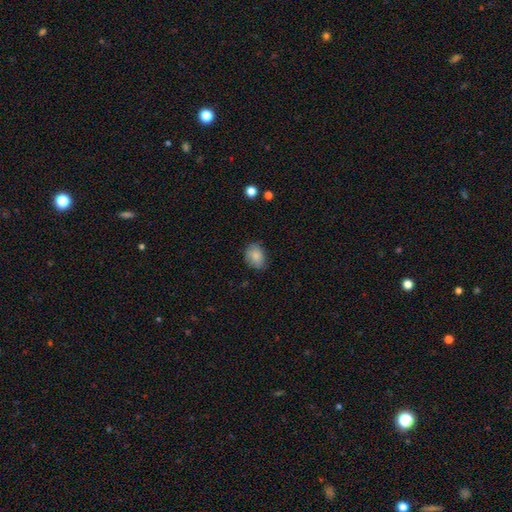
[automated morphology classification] Smooth or featured?
  - smooth: 84% *
  - featured or disk: 8%
  - star or artifact: 8%
How rounded?
  - in between: 65% *
  - round: 34%
  - cigar-shaped: 1%
Merging?
  - none: 77% *
  - minor disturbance: 19%
  - major disturbance: 4%
  - merger: 1%